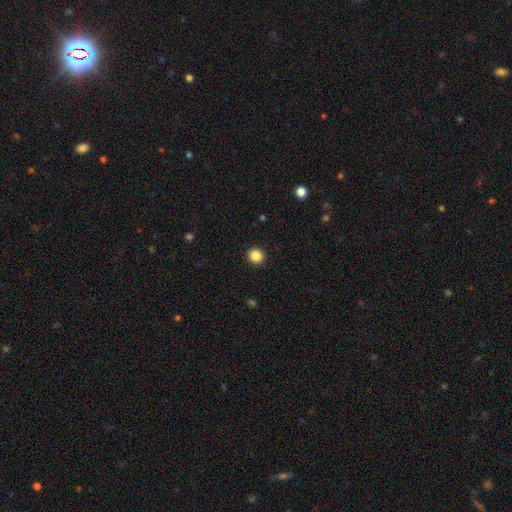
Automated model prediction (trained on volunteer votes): A smooth galaxy with no disk features (87%) that is round (90%). Merging: none (93%).